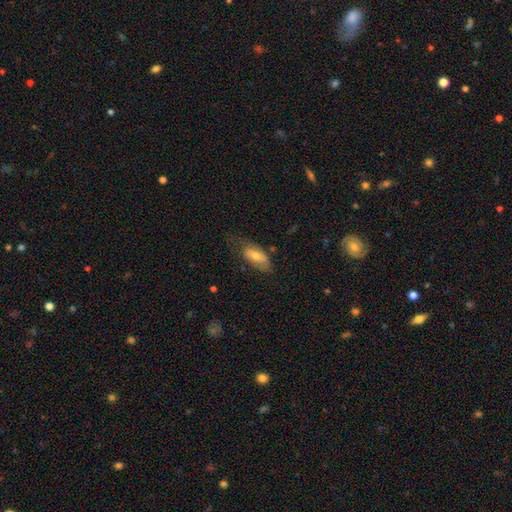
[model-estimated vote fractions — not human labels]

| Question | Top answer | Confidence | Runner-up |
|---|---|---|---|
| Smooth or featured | smooth | 64% | featured or disk (29%) |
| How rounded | in between | 87% | cigar-shaped (10%) |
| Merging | none | 51% | minor disturbance (30%) |